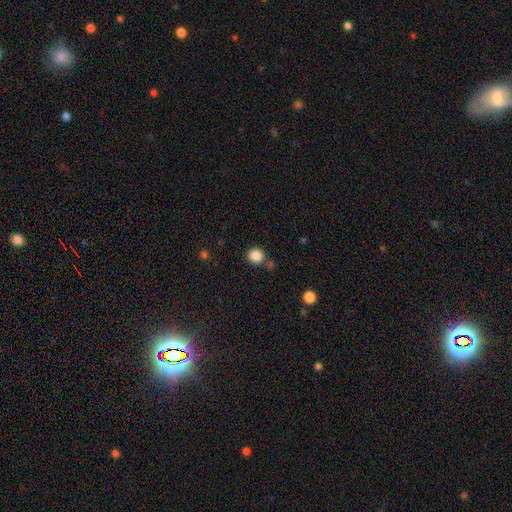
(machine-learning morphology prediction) Smooth or featured? Predicted: smooth (p=0.87). How rounded? Predicted: round (p=0.92). Merging? Predicted: none (p=0.78).